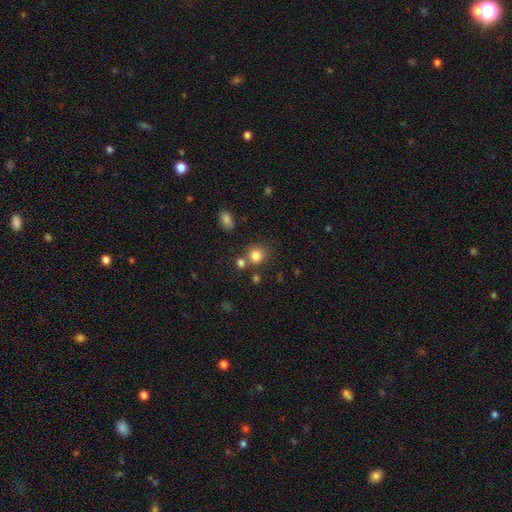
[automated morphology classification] smooth 82%, star or artifact 12%, featured or disk 6%. Down the decision tree: how rounded — round (86%); merging — none (69%).